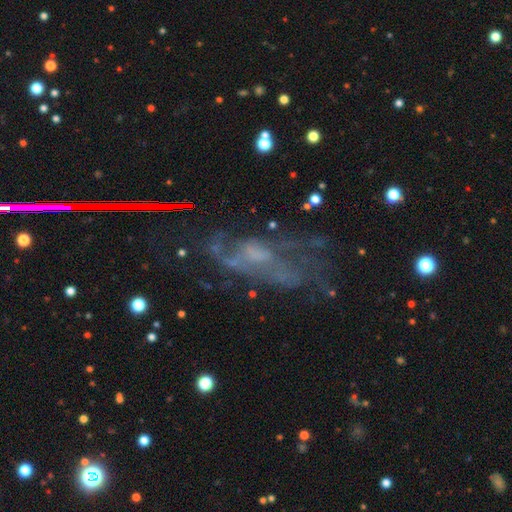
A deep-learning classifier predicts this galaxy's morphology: smooth_or_featured: featured or disk (p=0.72) [alt: smooth p=0.14]
disk_edge_on: no (p=0.89) [alt: yes p=0.11]
bar: no (p=0.63) [alt: weak p=0.30]
has_spiral_arms: yes (p=0.68) [alt: no p=0.32]
bulge_size: none (p=0.35) [alt: moderate p=0.29]
merging: none (p=0.47) [alt: major disturbance p=0.29]